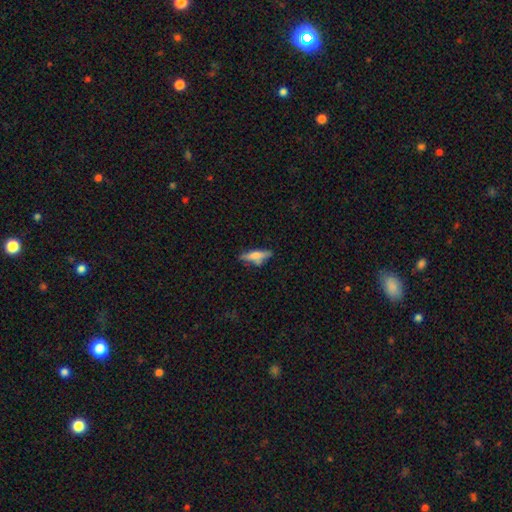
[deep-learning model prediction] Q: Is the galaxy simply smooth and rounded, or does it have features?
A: smooth — 61%.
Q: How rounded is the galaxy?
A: cigar-shaped — 67%.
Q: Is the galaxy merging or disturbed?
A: none — 62%.